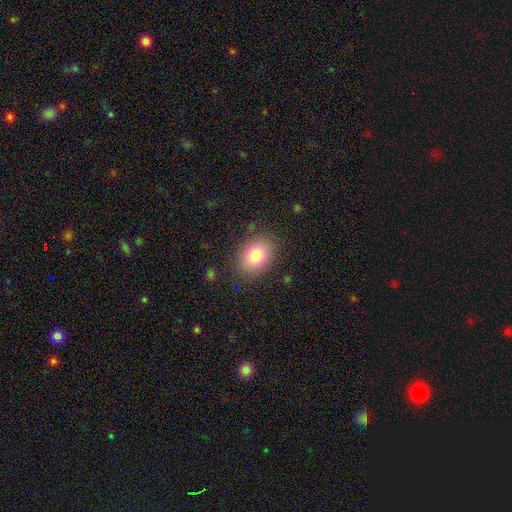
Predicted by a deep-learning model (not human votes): This is clearly a smooth galaxy (80%). How rounded: likely in between (67%). Merging: clearly none (82%).